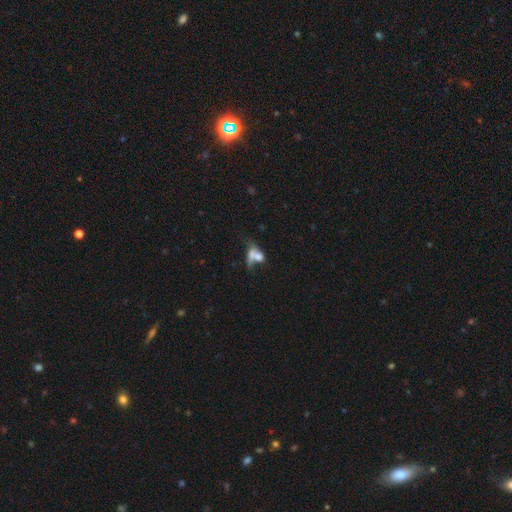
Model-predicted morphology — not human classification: Smooth or featured: smooth — 57% (featured or disk — 30%)
How rounded: in between — 62% (round — 28%)
Merging: merger — 59% (none — 17%)